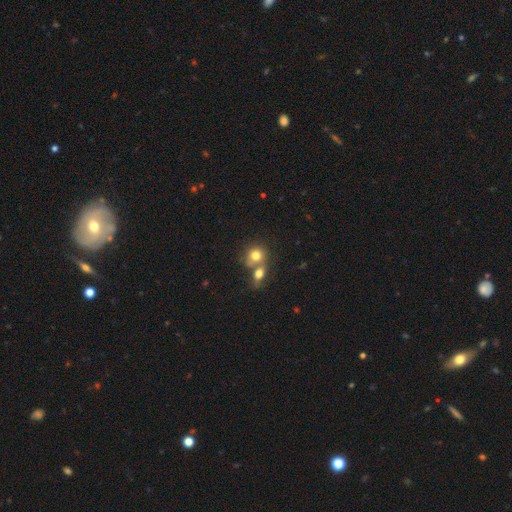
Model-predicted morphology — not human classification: Smooth or featured? smooth (76%)
How rounded? round (76%)
Merging? merger (56%)